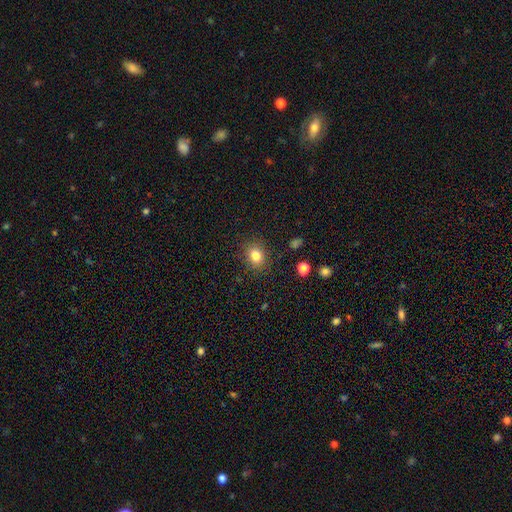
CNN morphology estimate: Smooth or featured? smooth (82%)
How rounded? round (54%)
Merging? none (86%)